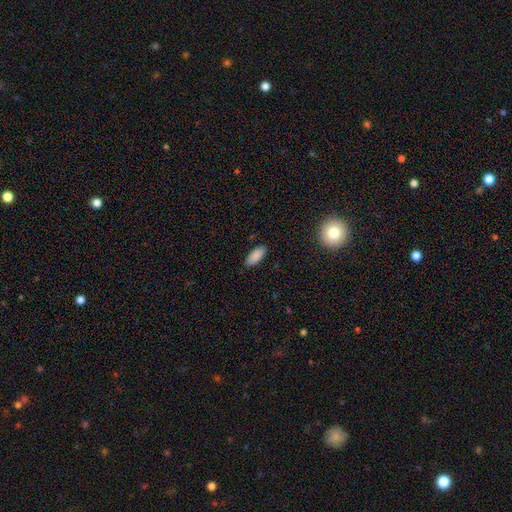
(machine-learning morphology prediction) Overall: smooth (87%). How rounded: in between (86%). Merging: none (87%).